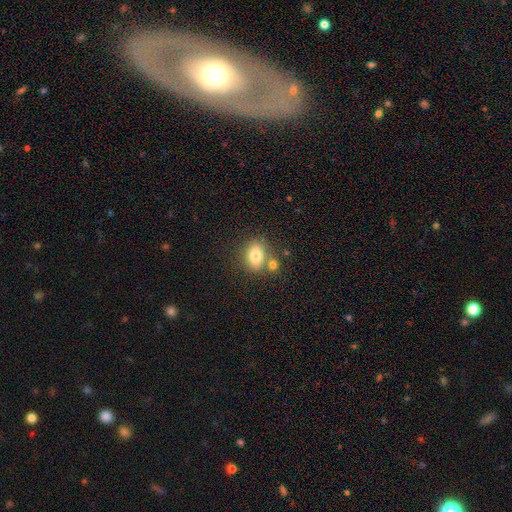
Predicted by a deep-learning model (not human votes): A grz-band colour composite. It shows a smooth galaxy with no disk features (78%) that is in between round and cigar-shaped (67%). Merging: none (60%).